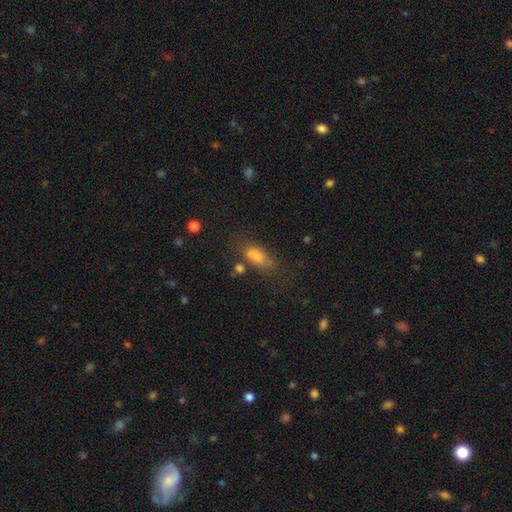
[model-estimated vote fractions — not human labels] A smooth galaxy with no disk features (73%) that is in between round and cigar-shaped (73%).

Vote fractions:
- Smooth or featured? smooth: 73% / featured or disk: 14% / star or artifact: 13%
- How rounded? in between: 73% / cigar-shaped: 20% / round: 7%
- Merging? none: 53% / minor disturbance: 22% / major disturbance: 13% / merger: 13%